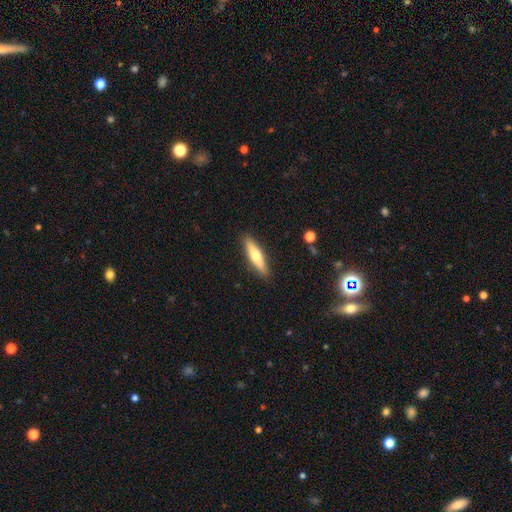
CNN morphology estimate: The model was most divided on "smooth or featured": smooth: 58%, featured or disk: 36%, star or artifact: 6%. More confident: merging — none (90%); how rounded — cigar-shaped (74%).